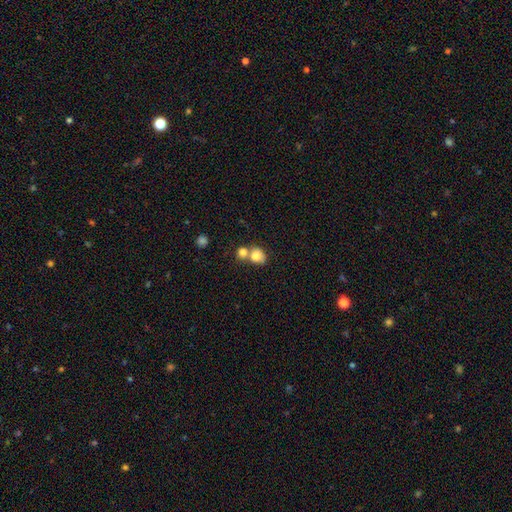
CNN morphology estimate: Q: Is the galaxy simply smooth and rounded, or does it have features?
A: smooth — 80%.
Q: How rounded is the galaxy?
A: round — 58%.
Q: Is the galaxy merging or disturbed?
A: merger — 54%.